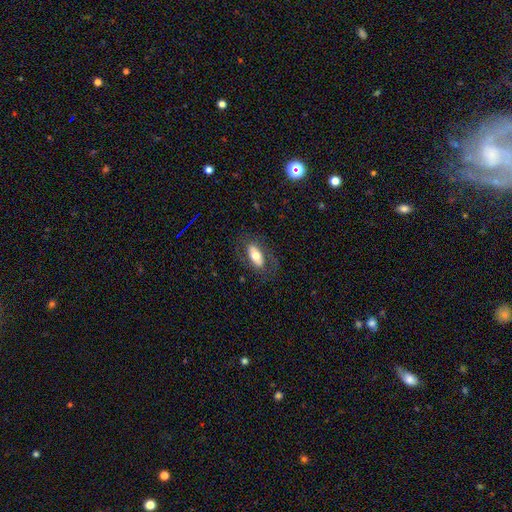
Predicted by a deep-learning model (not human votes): Smooth or featured: smooth — 61% (featured or disk — 33%)
How rounded: in between — 87% (cigar-shaped — 10%)
Merging: none — 75% (minor disturbance — 14%)